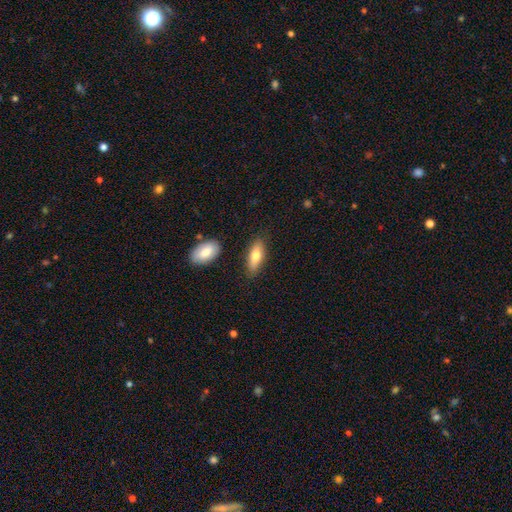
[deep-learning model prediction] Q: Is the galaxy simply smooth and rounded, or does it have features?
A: smooth — 74%.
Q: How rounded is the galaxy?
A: in between — 72%.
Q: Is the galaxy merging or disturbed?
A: none — 82%.